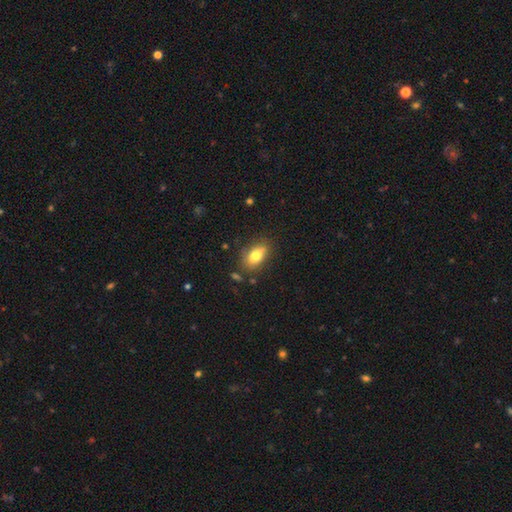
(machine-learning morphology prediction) smooth-or-featured: smooth: 78% | featured or disk: 14% | star or artifact: 8%
  how-rounded: in between: 87% | round: 10% | cigar-shaped: 3%
  merging: none: 73% | minor disturbance: 18% | major disturbance: 4% | merger: 4%